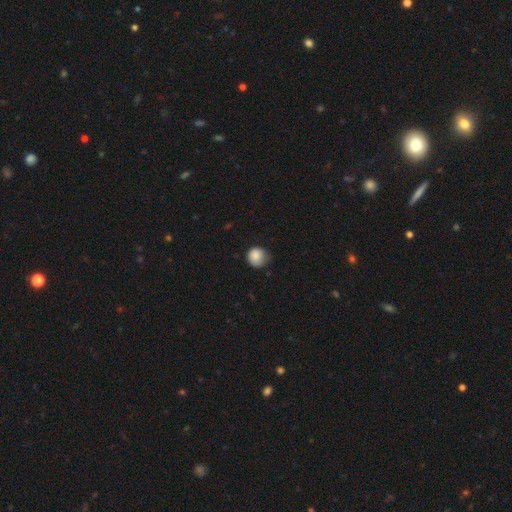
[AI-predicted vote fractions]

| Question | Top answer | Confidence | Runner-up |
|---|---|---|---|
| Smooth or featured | smooth | 86% | star or artifact (8%) |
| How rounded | round | 89% | in between (10%) |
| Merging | none | 60% | minor disturbance (32%) |